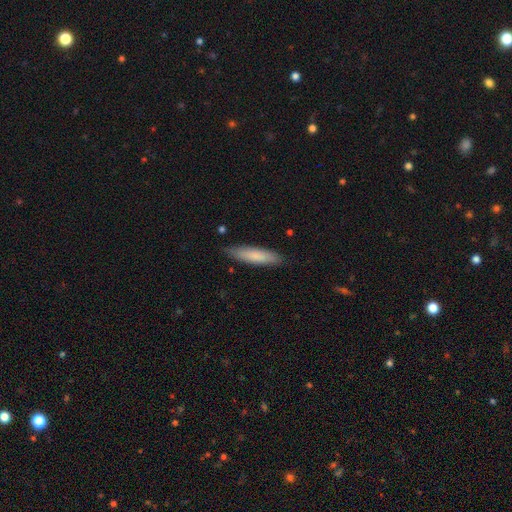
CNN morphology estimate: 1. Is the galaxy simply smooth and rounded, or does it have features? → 79% smooth, 16% featured or disk, 5% star or artifact.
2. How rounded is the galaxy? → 78% cigar-shaped, 21% in between, 1% round.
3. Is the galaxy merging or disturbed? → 85% none, 12% minor disturbance, 2% major disturbance, 1% merger.